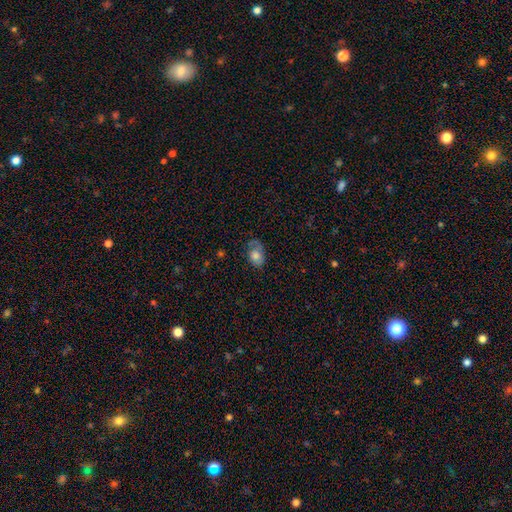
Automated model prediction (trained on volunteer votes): Smooth or featured? Predicted: smooth (p=0.59). How rounded? Predicted: in between (p=0.80). Merging? Predicted: none (p=0.46).